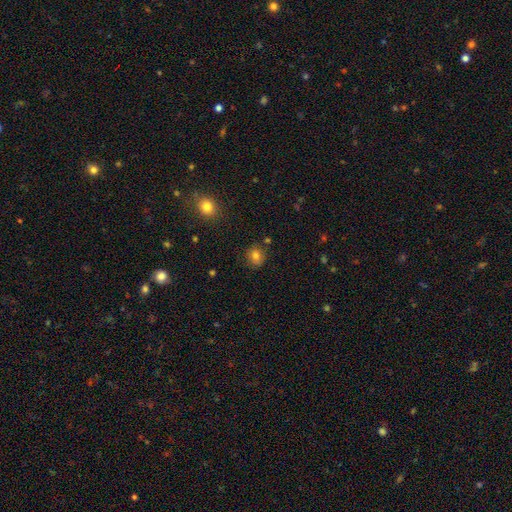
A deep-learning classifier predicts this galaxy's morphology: Overall: smooth (76%). How rounded: round (77%). Merging: none (84%).